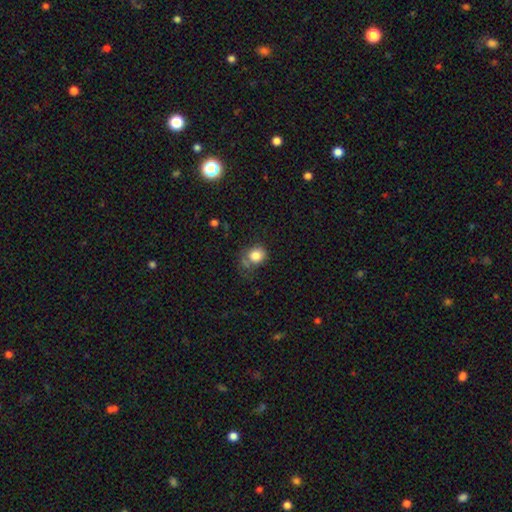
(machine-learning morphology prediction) type=smooth (82%); roundness=round (73%); merging=none (51%).